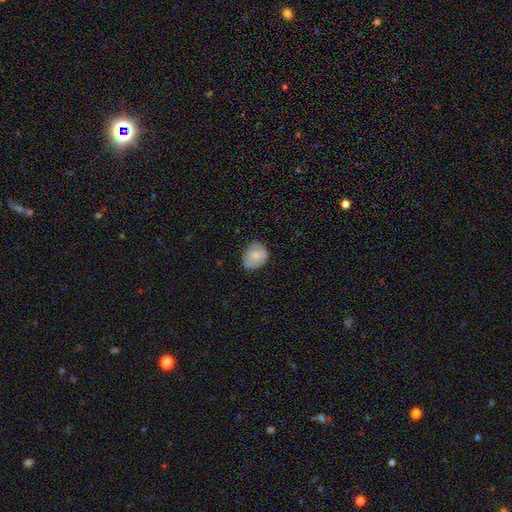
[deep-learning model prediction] Smooth or featured?
  - smooth: 71% *
  - featured or disk: 22%
  - star or artifact: 7%
How rounded?
  - round: 59% *
  - in between: 40%
  - cigar-shaped: 1%
Merging?
  - none: 67% *
  - minor disturbance: 27%
  - major disturbance: 5%
  - merger: 1%